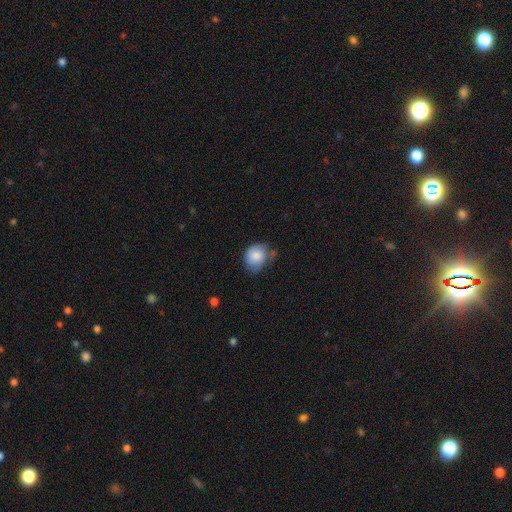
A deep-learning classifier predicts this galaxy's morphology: smooth 80%, featured or disk 12%, star or artifact 7%. Down the decision tree: how rounded — round (58%); merging — none (46%).